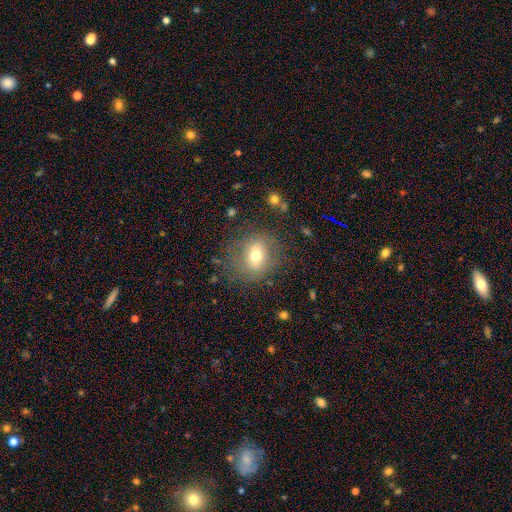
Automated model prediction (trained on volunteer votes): The model was most divided on "smooth or featured": smooth: 63%, featured or disk: 25%, star or artifact: 12%. More confident: merging — none (73%); how rounded — round (69%).